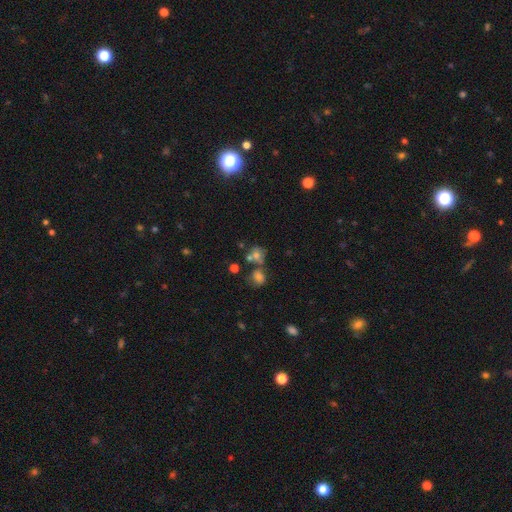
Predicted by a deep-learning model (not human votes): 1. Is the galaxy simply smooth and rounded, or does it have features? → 63% smooth, 19% featured or disk, 18% star or artifact.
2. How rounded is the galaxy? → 69% round, 30% in between, 1% cigar-shaped.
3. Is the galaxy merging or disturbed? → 42% none, 37% merger, 13% minor disturbance, 8% major disturbance.